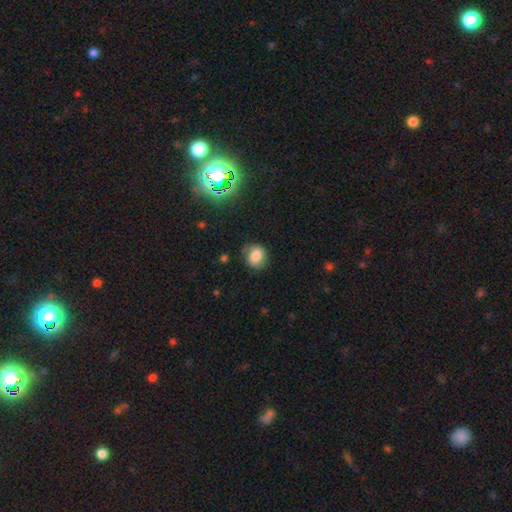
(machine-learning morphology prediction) smooth-or-featured: smooth: 76% | featured or disk: 13% | star or artifact: 11%
  how-rounded: round: 61% | in between: 38% | cigar-shaped: 1%
  merging: none: 71% | minor disturbance: 21% | major disturbance: 7% | merger: 2%